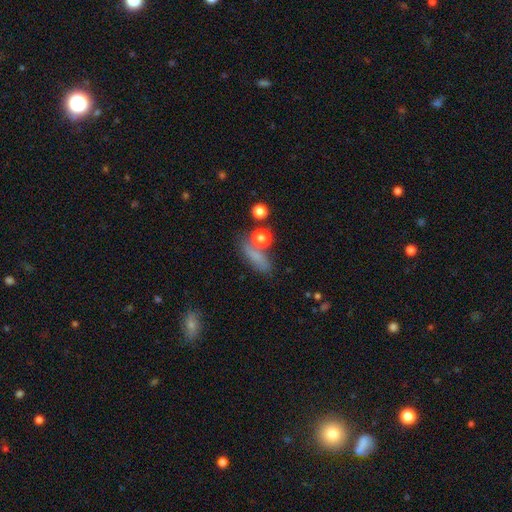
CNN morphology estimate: This is likely a smooth galaxy (65%). How rounded: possibly in between (47%). Merging: possibly none (53%).